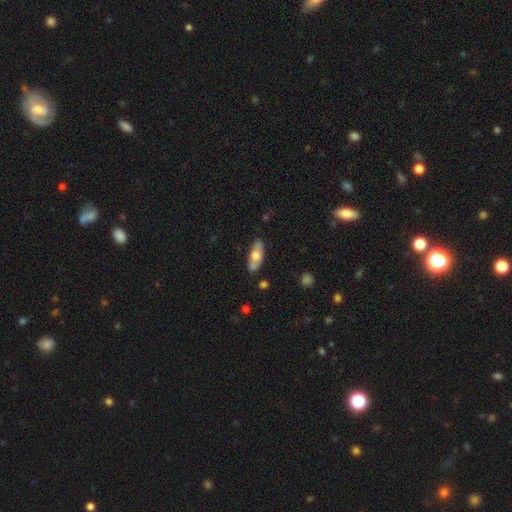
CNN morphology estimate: This is possibly a smooth galaxy (60%). How rounded: likely in between (76%). Merging: likely none (79%).